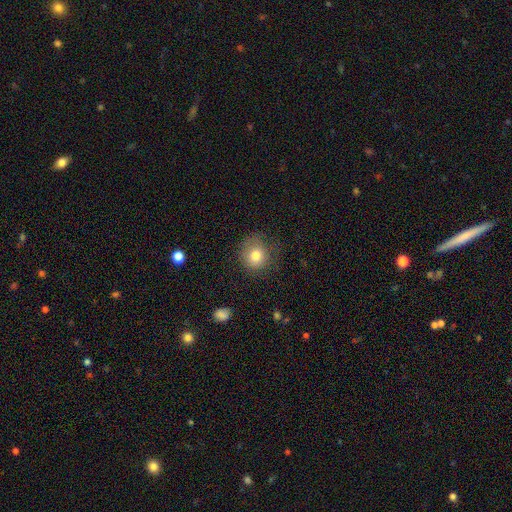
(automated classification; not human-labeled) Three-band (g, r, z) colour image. It shows a smooth galaxy with no disk features (80%) that is round (85%). Merging: none (70%).